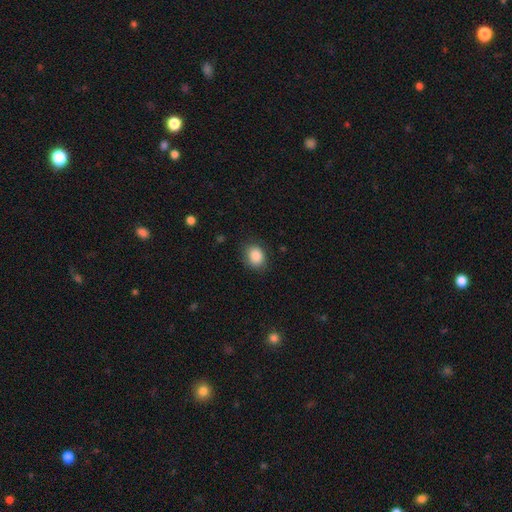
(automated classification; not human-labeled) Morphology: type=smooth (88%); roundness=round (51%); merging=none (81%).